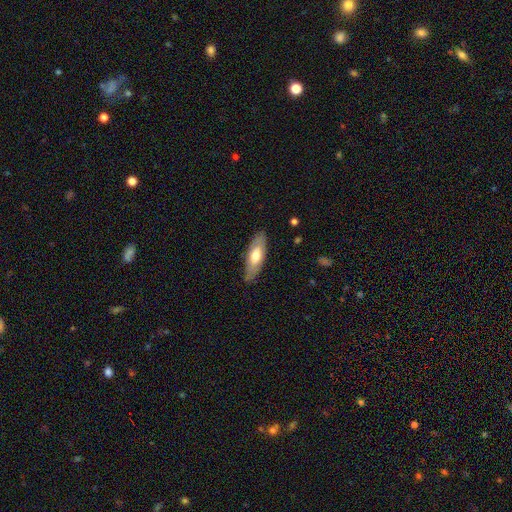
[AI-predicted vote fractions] The model was most divided on "smooth or featured": smooth: 54%, featured or disk: 40%, star or artifact: 5%. More confident: merging — none (82%); how rounded — in between (63%).